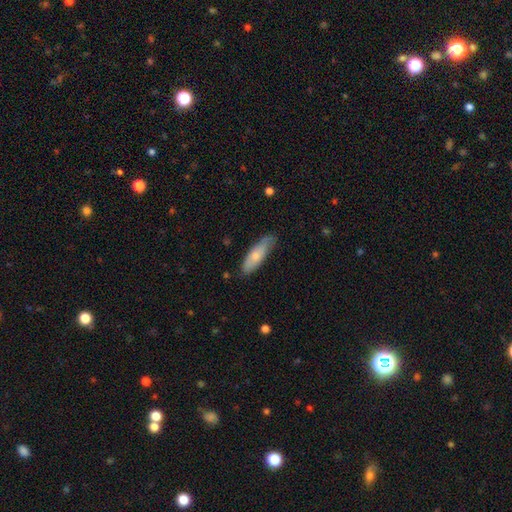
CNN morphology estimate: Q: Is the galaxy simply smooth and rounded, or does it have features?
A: smooth — 70%.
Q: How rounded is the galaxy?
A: cigar-shaped — 53%.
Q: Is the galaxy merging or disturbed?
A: none — 73%.